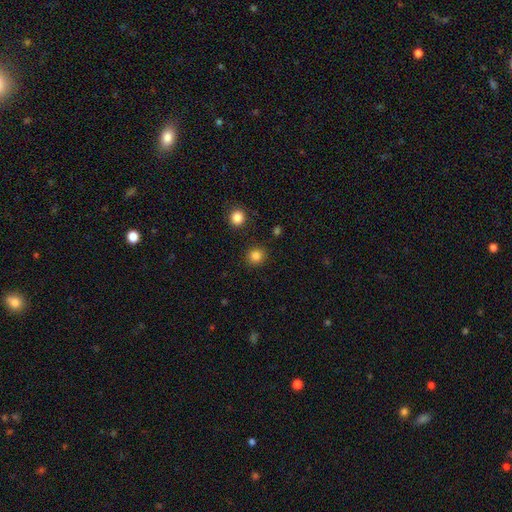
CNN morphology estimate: smooth 84%, star or artifact 12%, featured or disk 4%. Down the decision tree: how rounded — round (88%); merging — none (89%).